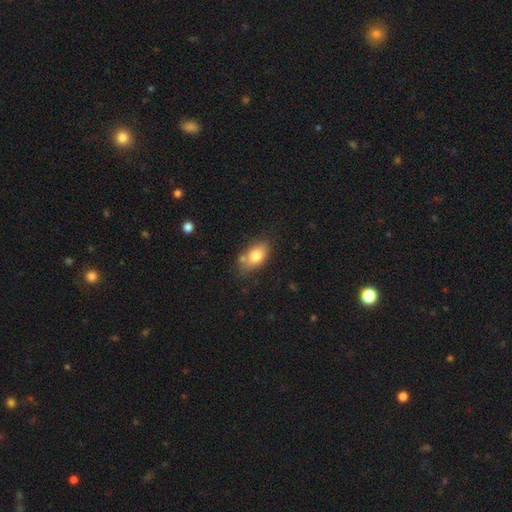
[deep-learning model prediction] The model was most divided on "merging": none: 68%, minor disturbance: 18%, merger: 9%, major disturbance: 4%. More confident: how rounded — in between (87%); smooth or featured — smooth (77%).